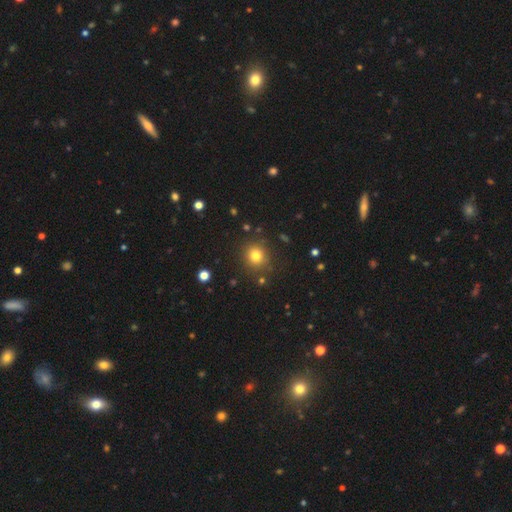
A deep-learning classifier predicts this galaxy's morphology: smooth 78%, star or artifact 15%, featured or disk 7%. Down the decision tree: how rounded — round (85%); merging — none (86%).